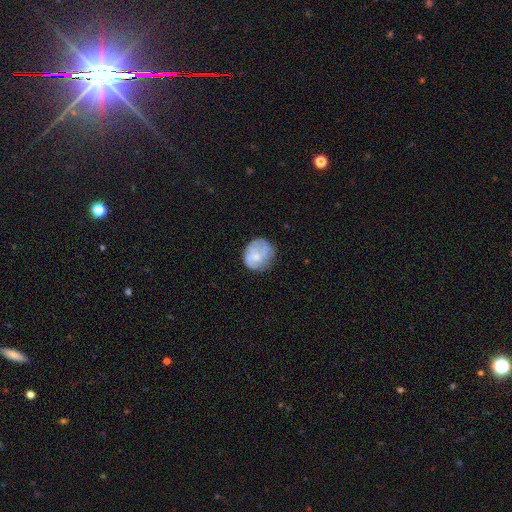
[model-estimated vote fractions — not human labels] Smooth or featured? Predicted: smooth (p=0.50). How rounded? Predicted: round (p=0.74). Merging? Predicted: none (p=0.60).